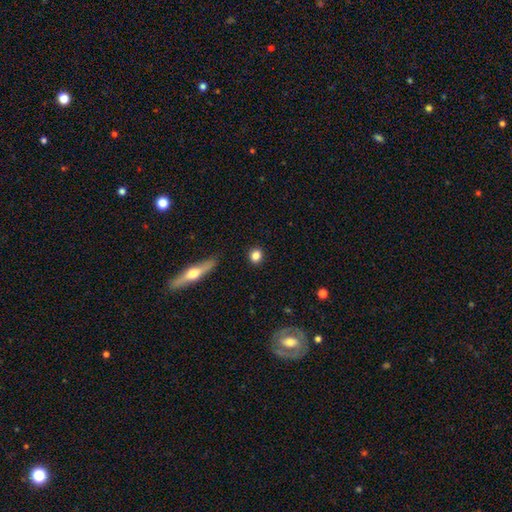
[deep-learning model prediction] Smooth or featured? smooth (84%)
How rounded? round (80%)
Merging? none (89%)